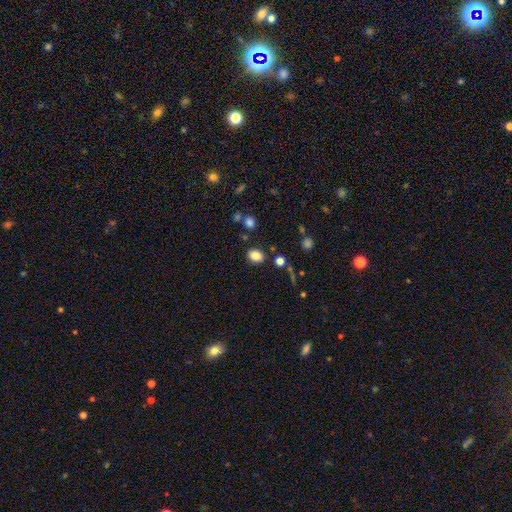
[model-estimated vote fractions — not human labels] Smooth or featured? Predicted: smooth (p=0.84). How rounded? Predicted: in between (p=0.70). Merging? Predicted: none (p=0.82).